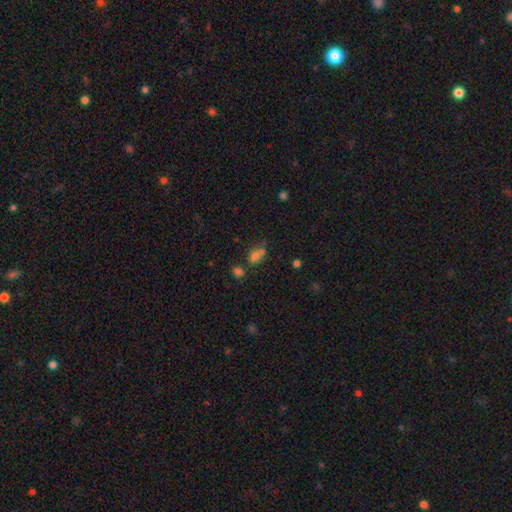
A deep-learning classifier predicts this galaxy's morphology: Smooth or featured?
  - smooth: 68% *
  - star or artifact: 20%
  - featured or disk: 13%
How rounded?
  - in between: 58% *
  - round: 40%
  - cigar-shaped: 2%
Merging?
  - none: 42% *
  - merger: 36%
  - minor disturbance: 16%
  - major disturbance: 7%